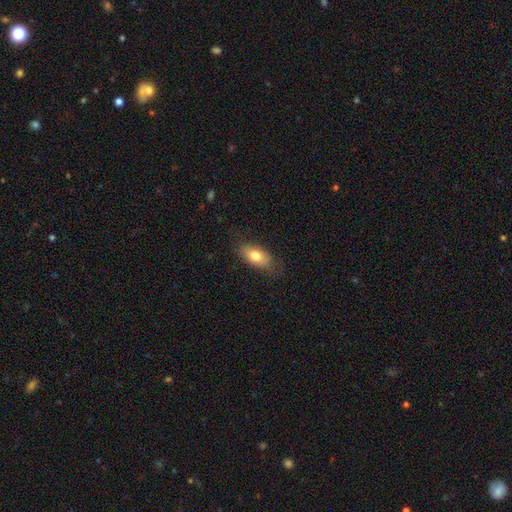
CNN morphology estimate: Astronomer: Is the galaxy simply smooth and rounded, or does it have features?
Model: smooth — 75%.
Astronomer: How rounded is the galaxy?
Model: in between — 85%.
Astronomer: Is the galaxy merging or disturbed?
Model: none — 76%.